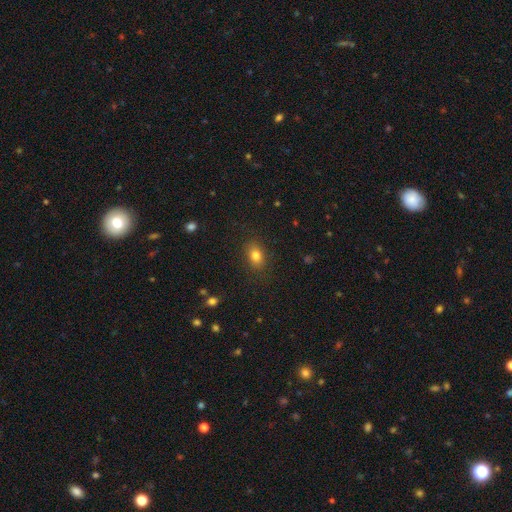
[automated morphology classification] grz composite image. It shows a smooth galaxy with no disk features (81%) that is in between round and cigar-shaped (73%). Merging: none (85%).